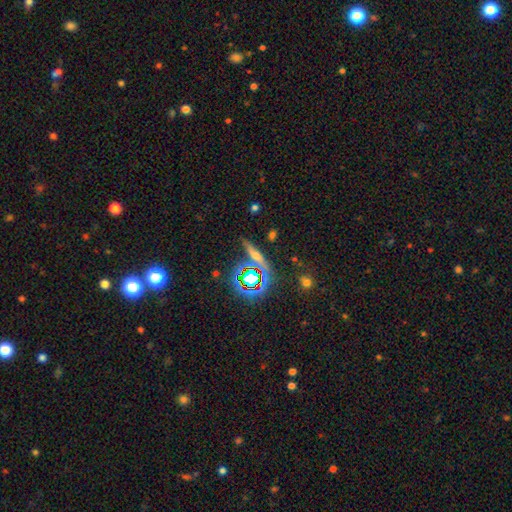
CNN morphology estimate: This appears to be a smooth galaxy with no disk features (39%). Merging: none (77%).